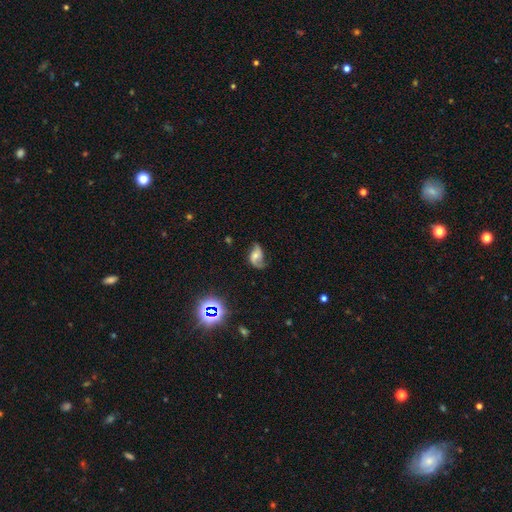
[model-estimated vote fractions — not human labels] This is likely a featured or disk galaxy (65%). It is clearly not viewed edge-on (96%). Bar: possibly no (59%). Spiral arm pattern: clearly yes (90%). Spiral arm count: clearly 2 (80%). Spiral winding: likely loose (63%). Central bulge: possibly moderate (46%). Merging: possibly none (55%).